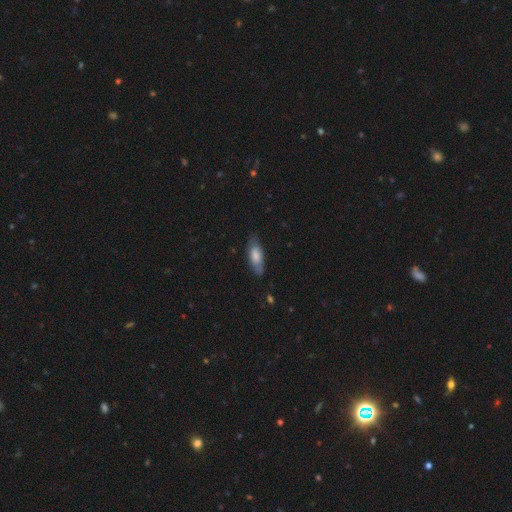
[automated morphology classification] Smooth or featured: smooth — 72% (featured or disk — 22%)
How rounded: in between — 68% (cigar-shaped — 30%)
Merging: none — 75% (minor disturbance — 19%)